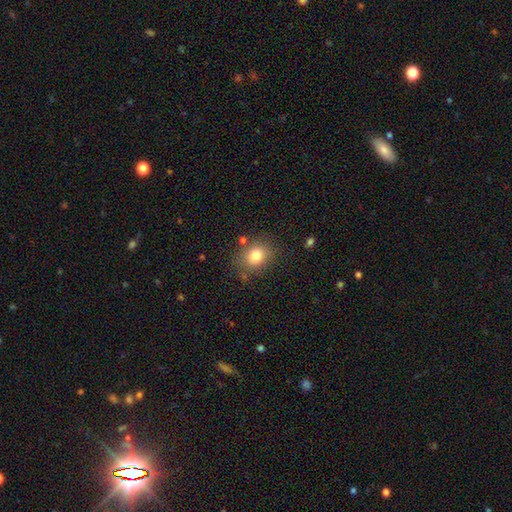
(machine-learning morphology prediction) The model was most divided on "how rounded": round: 56%, in between: 43%, cigar-shaped: 1%. More confident: smooth or featured — smooth (79%); merging — none (78%).